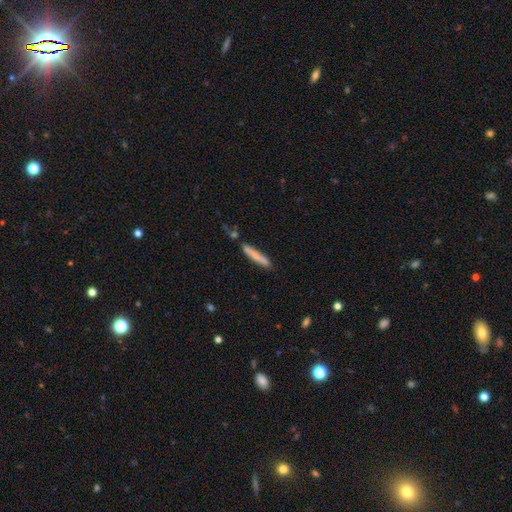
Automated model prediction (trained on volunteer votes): Overall: smooth (75%). How rounded: cigar-shaped (95%). Merging: none (79%).